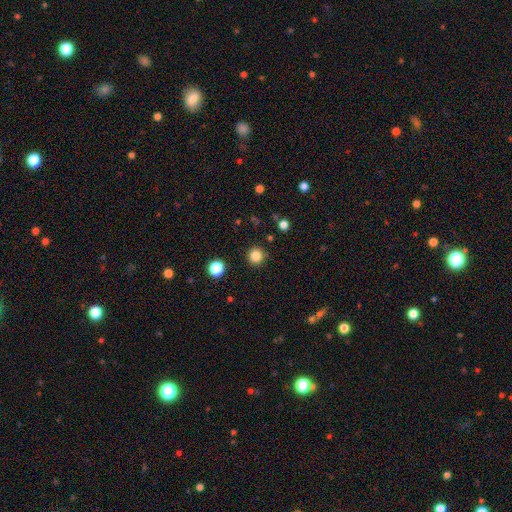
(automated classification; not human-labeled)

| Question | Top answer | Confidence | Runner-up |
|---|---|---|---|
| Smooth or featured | smooth | 85% | star or artifact (12%) |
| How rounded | round | 94% | in between (5%) |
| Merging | none | 90% | minor disturbance (6%) |